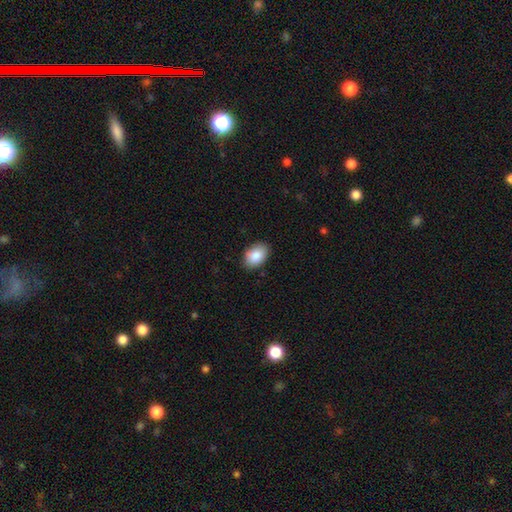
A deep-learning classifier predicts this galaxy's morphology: smooth 88%, star or artifact 7%, featured or disk 5%. Down the decision tree: how rounded — in between (87%); merging — none (85%).